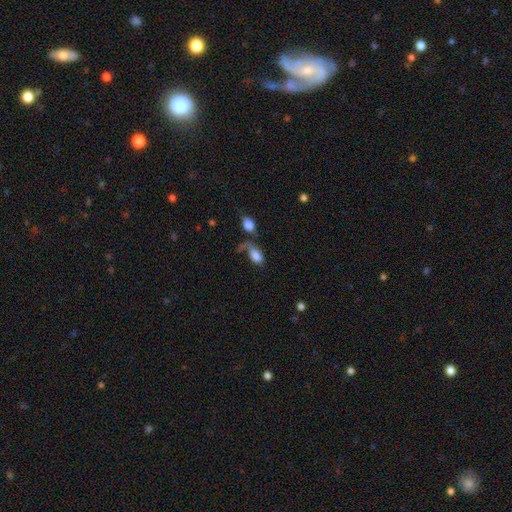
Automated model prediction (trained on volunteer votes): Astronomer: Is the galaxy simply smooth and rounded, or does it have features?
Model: smooth — 71%.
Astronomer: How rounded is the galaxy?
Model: in between — 87%.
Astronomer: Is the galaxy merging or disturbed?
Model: major disturbance — 30% (runner-up: merger, 29%).